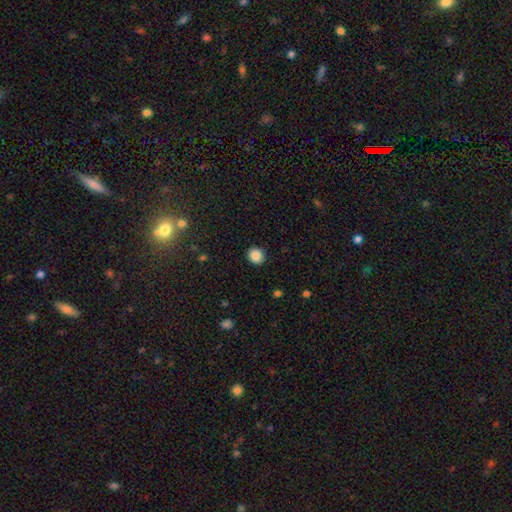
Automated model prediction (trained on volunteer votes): Q: Smooth or featured?
A: smooth (87%); runner-up: star or artifact (10%)
Q: How rounded?
A: round (82%); runner-up: in between (17%)
Q: Merging?
A: none (90%); runner-up: minor disturbance (7%)